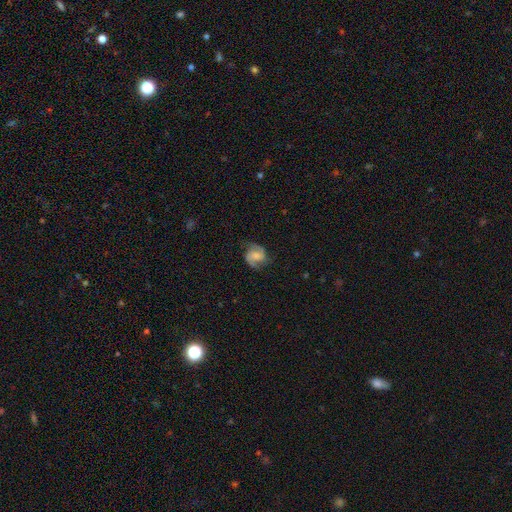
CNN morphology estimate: A featured or disk galaxy (70%) with no bar (49%), 2 (89%) medium (50%) spiral arms (94%) and a moderate central bulge (34%). Merging: none (74%).